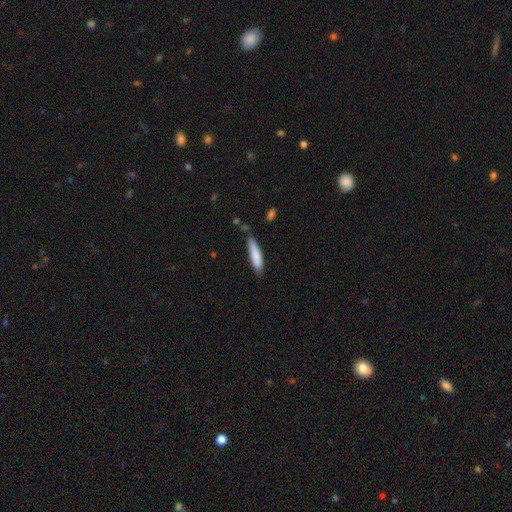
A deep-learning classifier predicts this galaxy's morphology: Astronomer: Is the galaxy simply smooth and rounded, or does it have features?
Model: smooth — 81%.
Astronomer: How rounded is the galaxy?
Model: cigar-shaped — 83%.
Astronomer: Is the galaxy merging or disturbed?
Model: none — 78%.